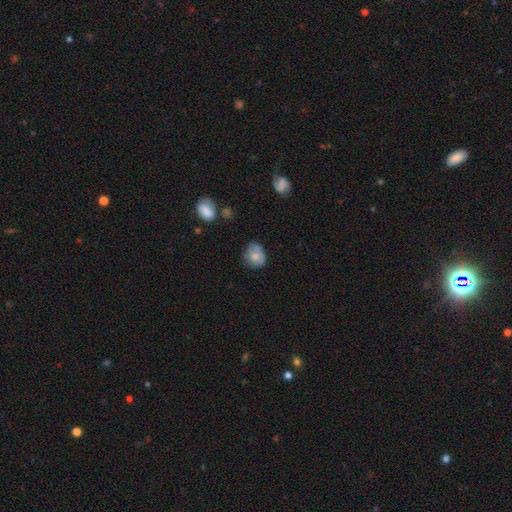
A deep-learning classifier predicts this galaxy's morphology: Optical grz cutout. It shows a smooth galaxy with no disk features (72%) that is round (55%). Merging: none (52%).